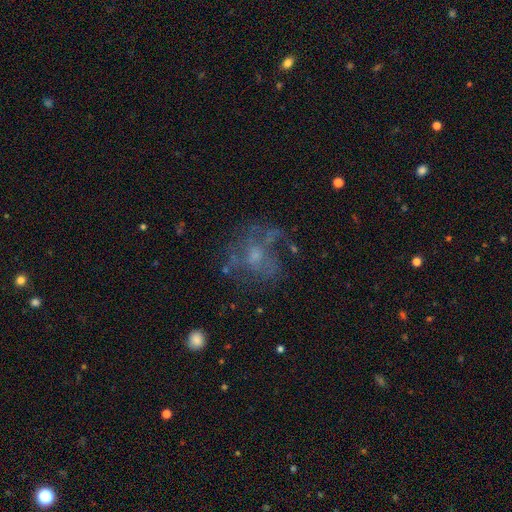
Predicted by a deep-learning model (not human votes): A featured or disk galaxy (55%) with no bar (80%), no spiral arms (62%) and a small central bulge (44%). Merging: none (47%).